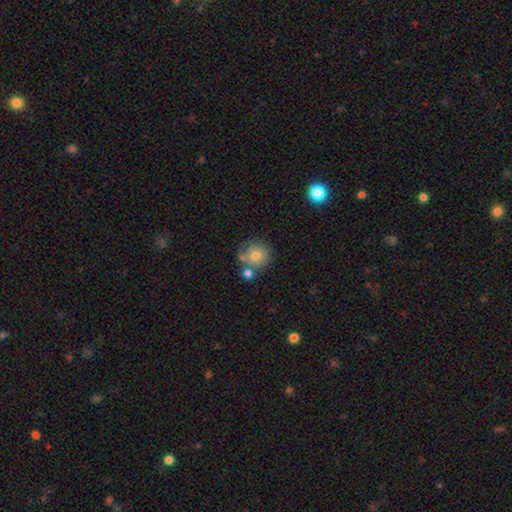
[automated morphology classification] type=smooth (71%); roundness=round (88%); merging=none (56%).